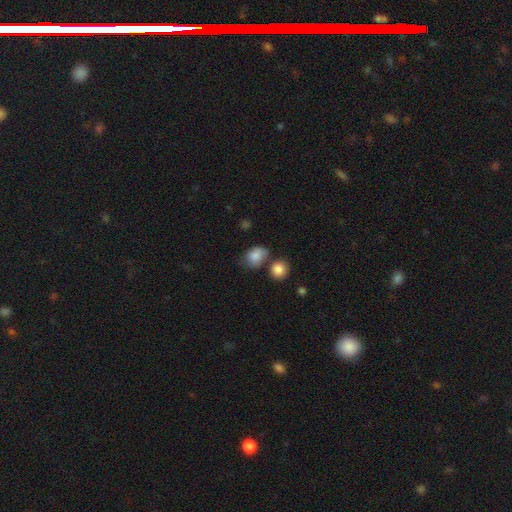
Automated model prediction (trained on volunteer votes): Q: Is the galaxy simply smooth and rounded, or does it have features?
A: smooth — 81%.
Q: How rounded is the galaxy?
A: in between — 58%.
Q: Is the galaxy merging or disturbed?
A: none — 49%.